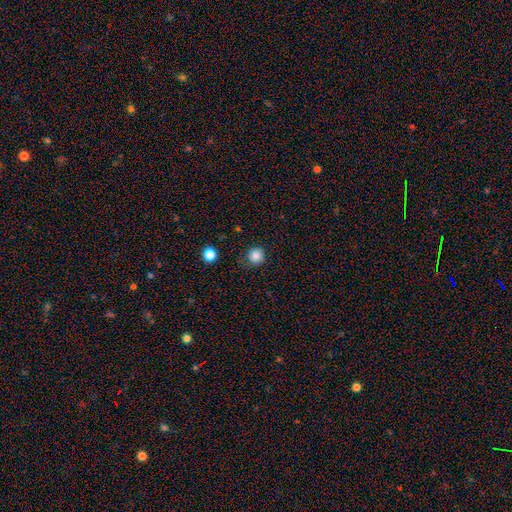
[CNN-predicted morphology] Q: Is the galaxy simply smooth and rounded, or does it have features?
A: smooth — 84%.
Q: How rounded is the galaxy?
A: round — 91%.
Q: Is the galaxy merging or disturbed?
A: none — 80%.